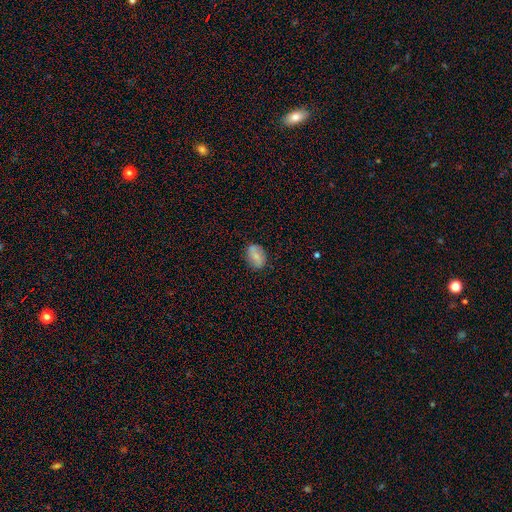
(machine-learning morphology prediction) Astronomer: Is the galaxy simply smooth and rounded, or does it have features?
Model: smooth — 68%.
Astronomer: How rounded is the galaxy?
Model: in between — 76%.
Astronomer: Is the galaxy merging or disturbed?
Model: none — 83%.